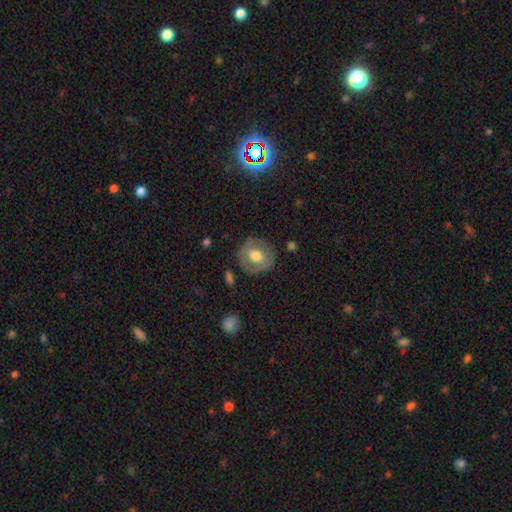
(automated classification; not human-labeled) The model was most divided on "smooth or featured": smooth: 54%, featured or disk: 38%, star or artifact: 7%. More confident: how rounded — round (83%); merging — none (83%).